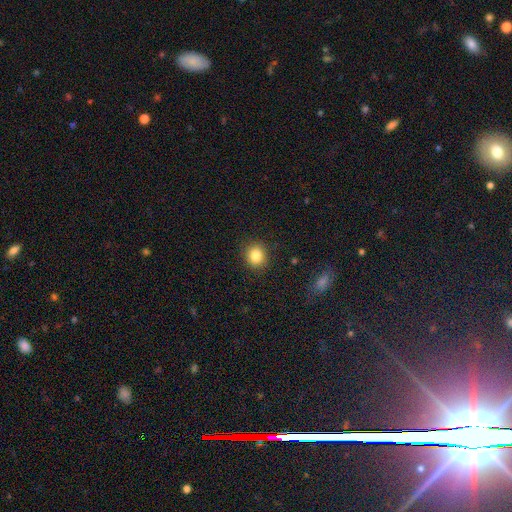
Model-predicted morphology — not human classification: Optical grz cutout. It shows a smooth galaxy with no disk features (84%) that is round (81%). Merging: none (89%).